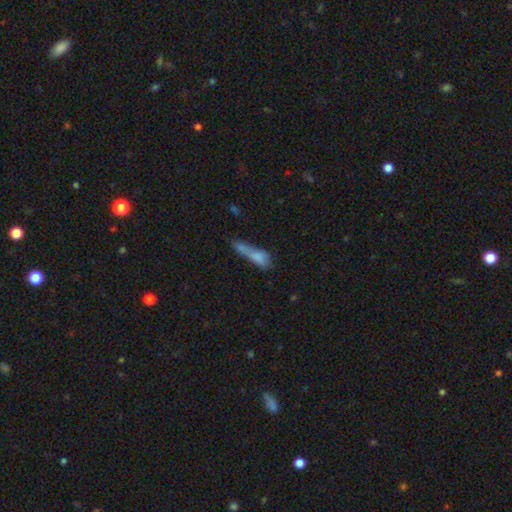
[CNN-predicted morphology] This is likely a smooth galaxy (68%). How rounded: possibly cigar-shaped (56%). Merging: marginally merger (43%).